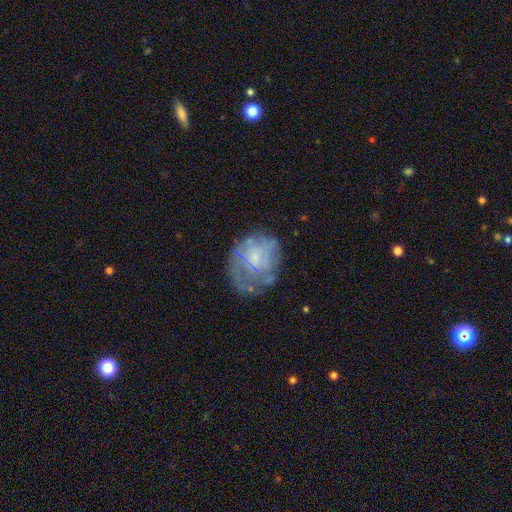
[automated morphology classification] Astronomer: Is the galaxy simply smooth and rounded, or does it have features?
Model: featured or disk — 54% (runner-up: smooth, 36%).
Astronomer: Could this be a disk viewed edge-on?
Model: no — 98%.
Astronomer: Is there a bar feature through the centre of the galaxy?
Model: no — 77%.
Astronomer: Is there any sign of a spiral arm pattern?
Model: no — 63%.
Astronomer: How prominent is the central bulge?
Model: small — 47% (runner-up: none, 28%).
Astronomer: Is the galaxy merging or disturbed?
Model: none — 42% (runner-up: major disturbance, 29%).